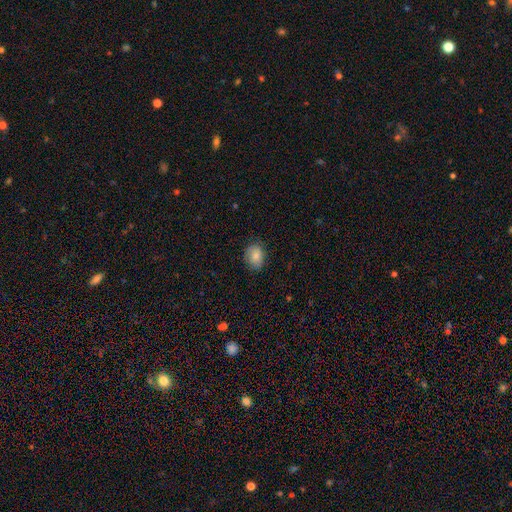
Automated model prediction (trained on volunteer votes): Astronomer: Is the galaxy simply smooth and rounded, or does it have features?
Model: smooth — 84%.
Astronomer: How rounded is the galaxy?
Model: in between — 59% (runner-up: round, 40%).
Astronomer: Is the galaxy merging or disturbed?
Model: none — 78%.